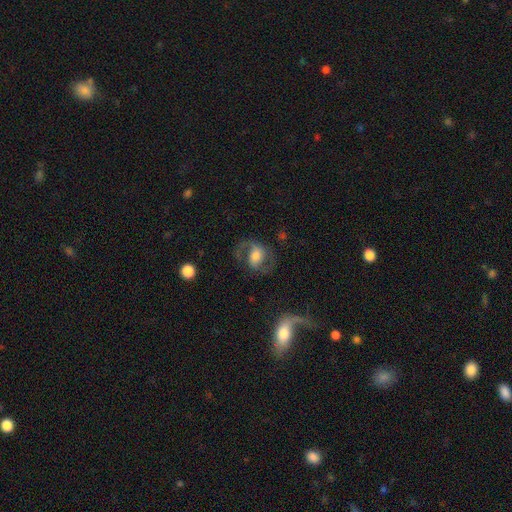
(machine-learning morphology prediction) smooth-or-featured: featured or disk: 71% | smooth: 21% | star or artifact: 7%
  disk-edge-on: no: 97% | yes: 3%
    bar: weak: 42% | no: 32% | strong: 26%
    has-spiral-arms: yes: 89% | no: 11%
      spiral-winding: medium: 55% | loose: 30% | tight: 15%
      spiral-arm-count: 2: 87% | 1: 5% | can't tell: 5% | 3: 1% | 4: 1% | more than 4: 1%
    bulge-size: moderate: 50% | large: 24% | small: 20% | none: 4% | dominant: 3%
  merging: none: 66% | major disturbance: 16% | minor disturbance: 15% | merger: 2%